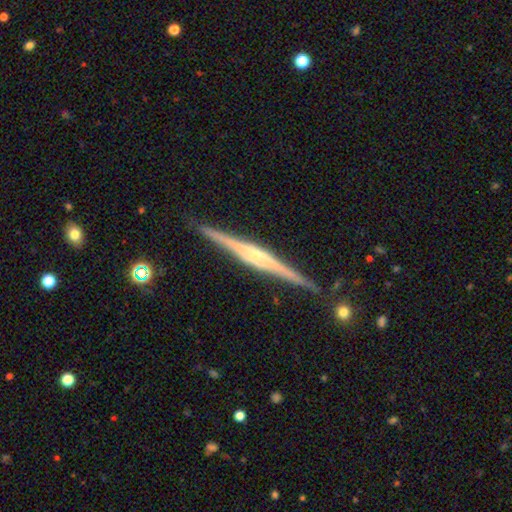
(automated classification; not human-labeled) This is clearly a featured or disk galaxy (86%). It is clearly viewed edge-on (98%). Edge-on bulge: possibly rounded (58%). Merging: clearly none (90%).